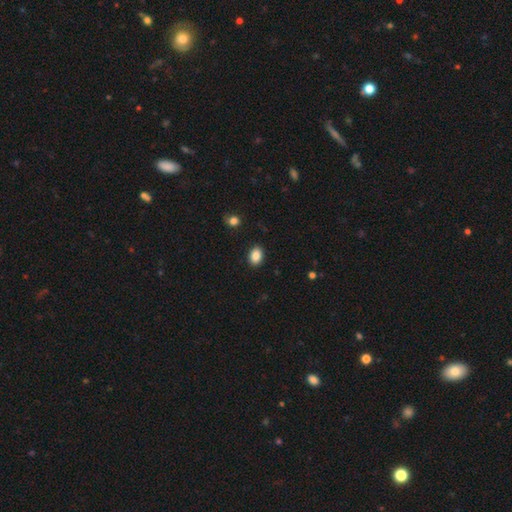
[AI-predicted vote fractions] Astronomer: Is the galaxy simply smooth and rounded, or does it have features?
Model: smooth — 88%.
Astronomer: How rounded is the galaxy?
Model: in between — 79%.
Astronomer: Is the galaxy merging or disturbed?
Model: none — 89%.